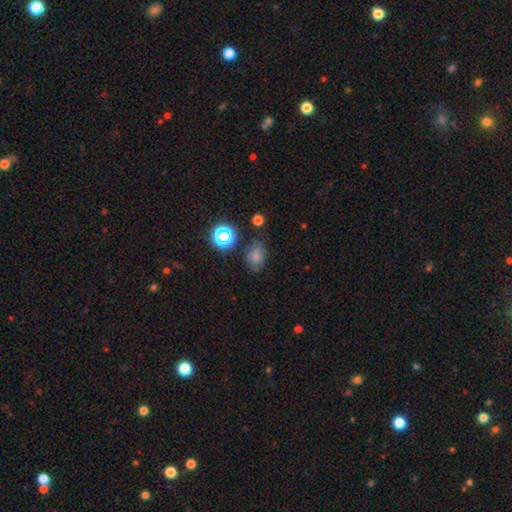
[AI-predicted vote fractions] Morphology: type=smooth (67%); roundness=in between (77%); merging=none (67%).